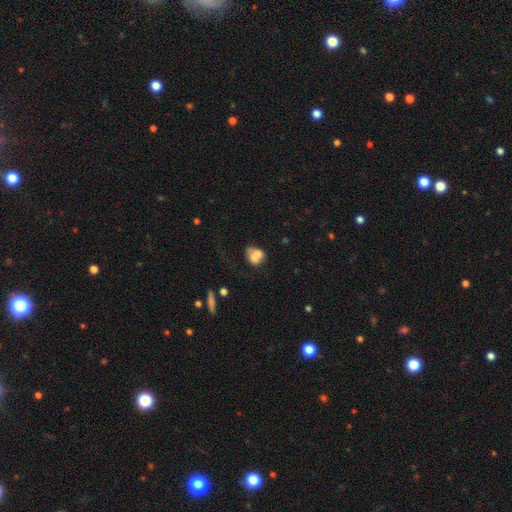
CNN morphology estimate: A smooth galaxy with no disk features (67%) that is in between round and cigar-shaped (49%, tied with round).

Vote fractions:
- Smooth or featured? smooth: 67% / featured or disk: 23% / star or artifact: 10%
- How rounded? in between: 49% (tied) / round: 49% (tied) / cigar-shaped: 2%
- Merging? merger: 47% / none: 28% / minor disturbance: 15% / major disturbance: 10%